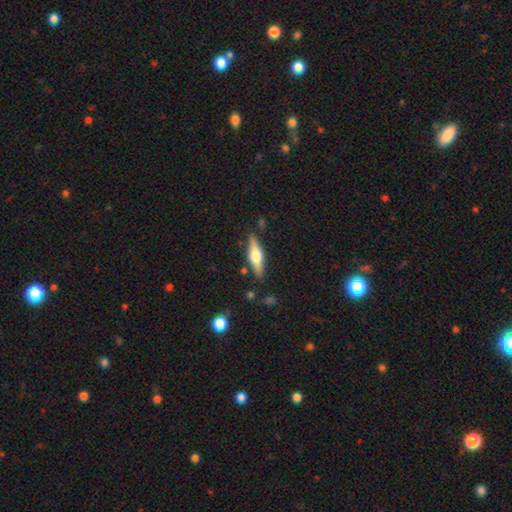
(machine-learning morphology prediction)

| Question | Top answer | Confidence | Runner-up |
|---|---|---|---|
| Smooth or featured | featured or disk | 61% | smooth (33%) |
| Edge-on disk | yes | 95% | no (5%) |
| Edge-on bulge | rounded | 93% | boxy (6%) |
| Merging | none | 85% | minor disturbance (11%) |